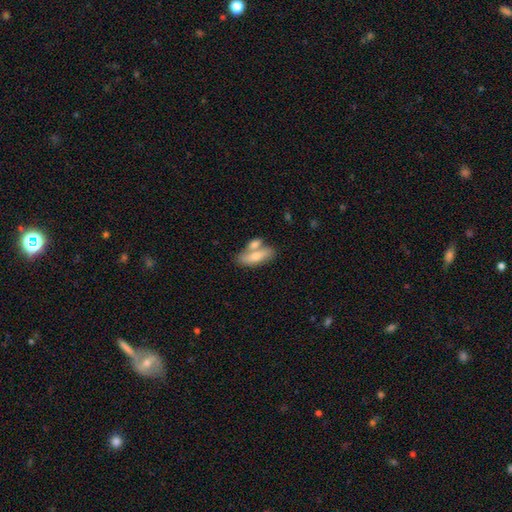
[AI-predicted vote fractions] smooth 66%, featured or disk 28%, star or artifact 6%. Down the decision tree: how rounded — in between (69%); merging — none (43%).